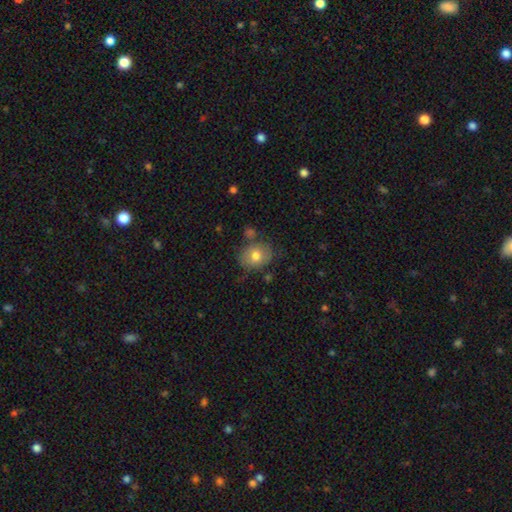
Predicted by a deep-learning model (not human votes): This is likely a smooth galaxy (73%). How rounded: possibly round (56%). Merging: likely none (70%).